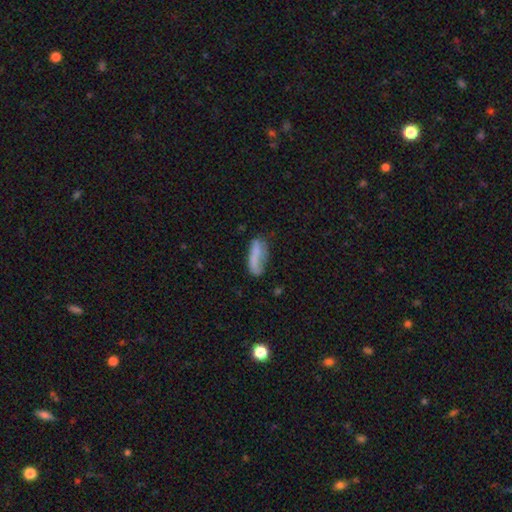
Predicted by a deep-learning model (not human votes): The model was most divided on "merging": none: 48%, minor disturbance: 30%, major disturbance: 16%, merger: 5%. More confident: smooth or featured — smooth (69%); how rounded — in between (61%).